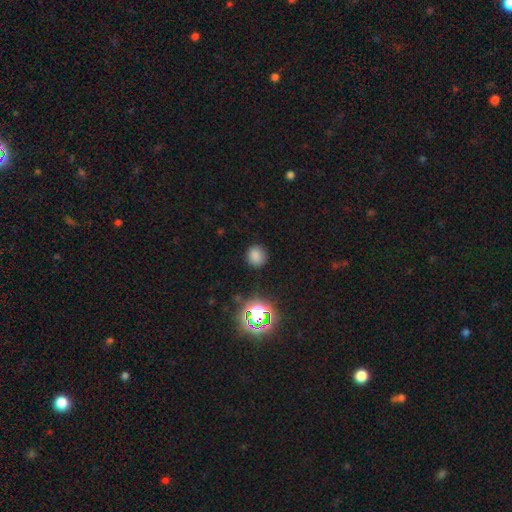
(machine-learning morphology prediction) Smooth or featured? Predicted: smooth (p=0.76). How rounded? Predicted: round (p=0.81). Merging? Predicted: none (p=0.85).